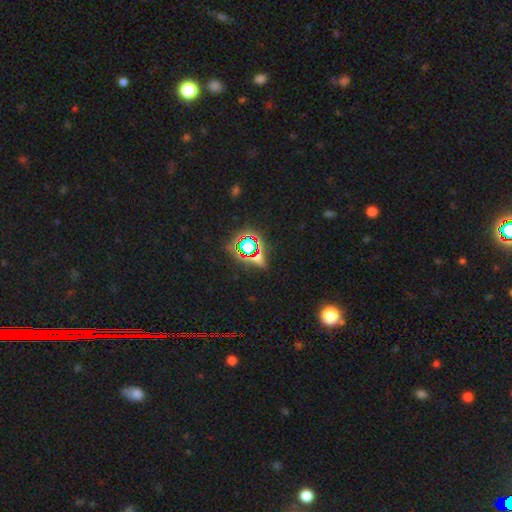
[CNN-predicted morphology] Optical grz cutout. It shows a star or artifact, not a galaxy (70%).